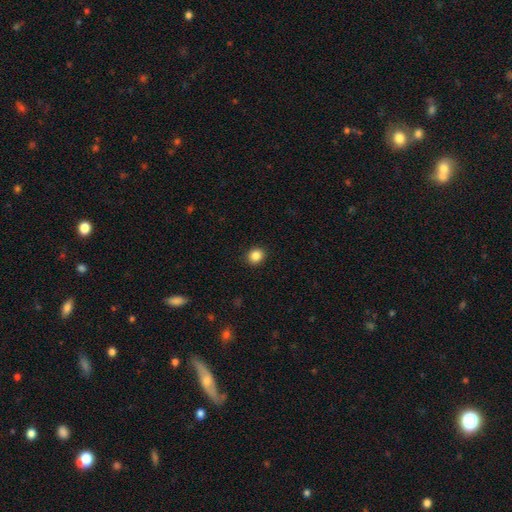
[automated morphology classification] Q: Smooth or featured?
A: smooth (86%); runner-up: star or artifact (10%)
Q: How rounded?
A: round (76%); runner-up: in between (23%)
Q: Merging?
A: none (92%); runner-up: minor disturbance (6%)